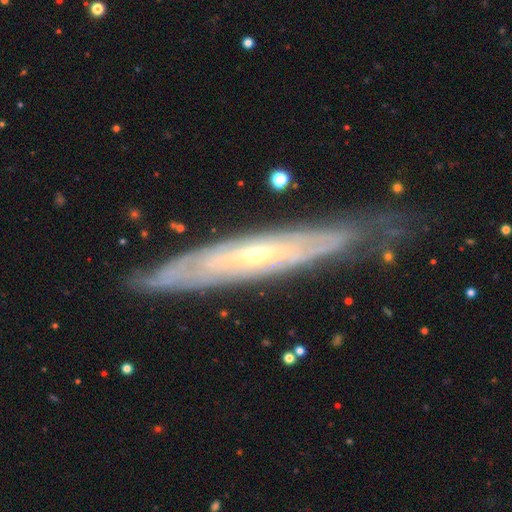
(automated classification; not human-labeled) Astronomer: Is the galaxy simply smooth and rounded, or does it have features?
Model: featured or disk — 82%.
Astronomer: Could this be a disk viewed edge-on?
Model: no — 51% (runner-up: yes, 49%).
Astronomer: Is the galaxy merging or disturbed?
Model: none — 76%.